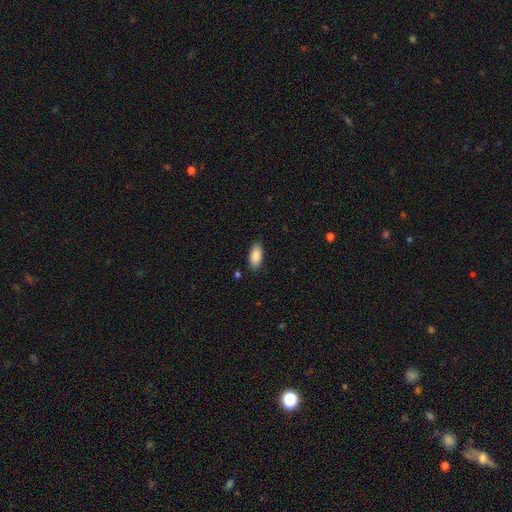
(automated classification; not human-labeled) smooth-or-featured: smooth: 88% | star or artifact: 6% | featured or disk: 6%
  how-rounded: in between: 89% | cigar-shaped: 9% | round: 2%
  merging: none: 86% | minor disturbance: 11% | major disturbance: 2% | merger: 1%